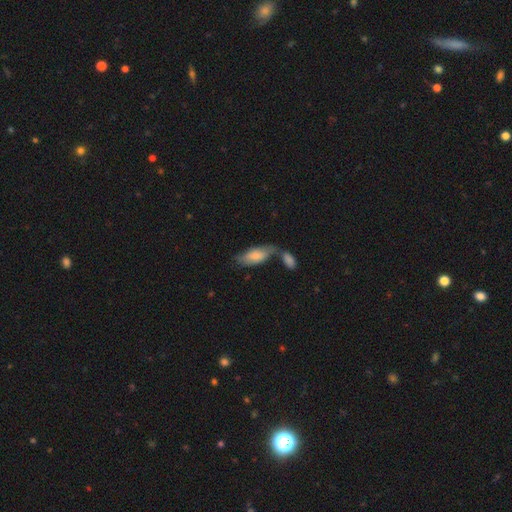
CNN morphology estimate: Smooth or featured?
  - smooth: 71% *
  - featured or disk: 24%
  - star or artifact: 6%
How rounded?
  - in between: 82% *
  - cigar-shaped: 16%
  - round: 2%
Merging?
  - merger: 39% *
  - none: 34%
  - minor disturbance: 18%
  - major disturbance: 9%